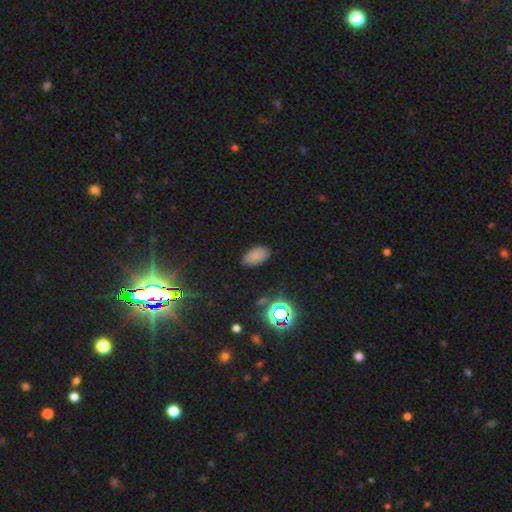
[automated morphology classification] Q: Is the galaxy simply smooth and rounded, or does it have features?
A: smooth — 77%.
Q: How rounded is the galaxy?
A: in between — 94%.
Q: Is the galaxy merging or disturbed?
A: none — 84%.